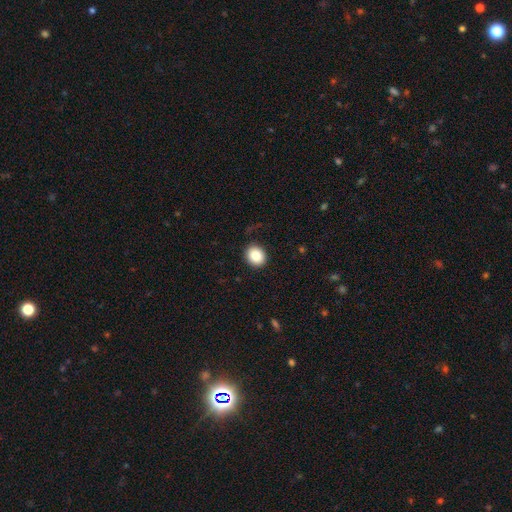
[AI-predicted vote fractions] Smooth or featured? Predicted: smooth (p=0.85). How rounded? Predicted: round (p=0.77). Merging? Predicted: none (p=0.89).